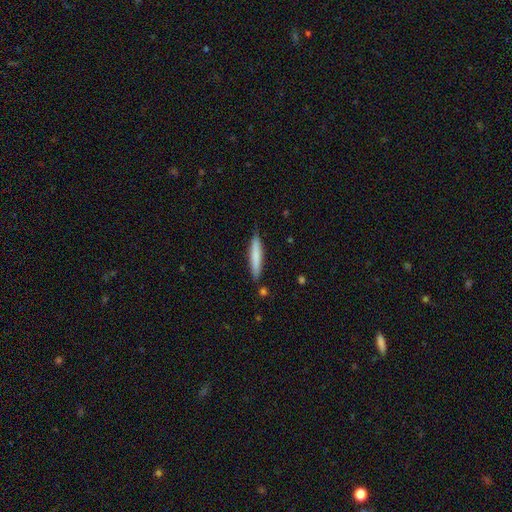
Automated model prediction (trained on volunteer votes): The model was most divided on "smooth or featured": smooth: 74%, featured or disk: 21%, star or artifact: 5%. More confident: how rounded — cigar-shaped (92%); merging — none (86%).